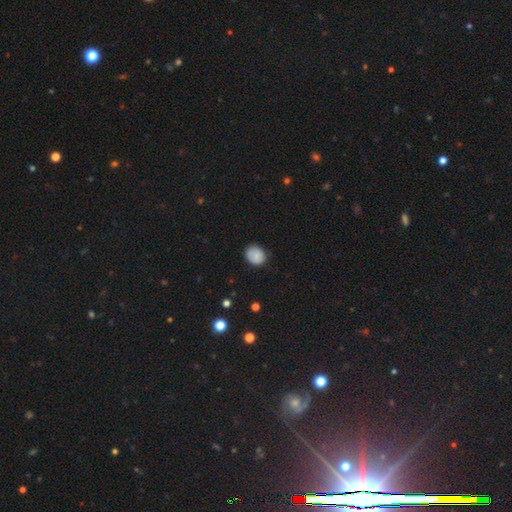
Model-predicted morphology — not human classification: This is clearly a smooth galaxy (82%). How rounded: likely round (71%). Merging: likely none (79%).